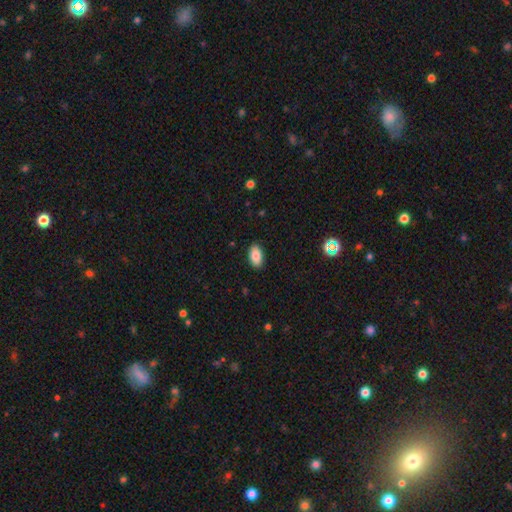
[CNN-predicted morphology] A smooth galaxy with no disk features (86%) that is in between round and cigar-shaped (94%).

Vote fractions:
- Smooth or featured? smooth: 86% / star or artifact: 8% / featured or disk: 6%
- How rounded? in between: 94% / round: 4% / cigar-shaped: 2%
- Merging? none: 89% / minor disturbance: 8% / major disturbance: 2% / merger: 1%